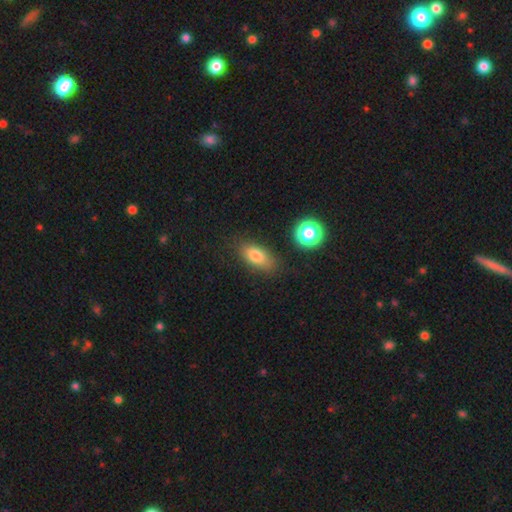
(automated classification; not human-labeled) Overall: smooth (79%). How rounded: in between (84%). Merging: none (77%).